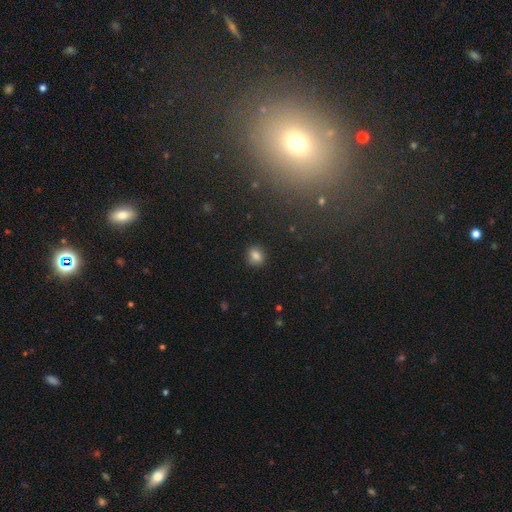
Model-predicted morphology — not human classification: The model was most divided on "how rounded": round: 63%, in between: 35%, cigar-shaped: 1%. More confident: merging — none (88%); smooth or featured — smooth (82%).